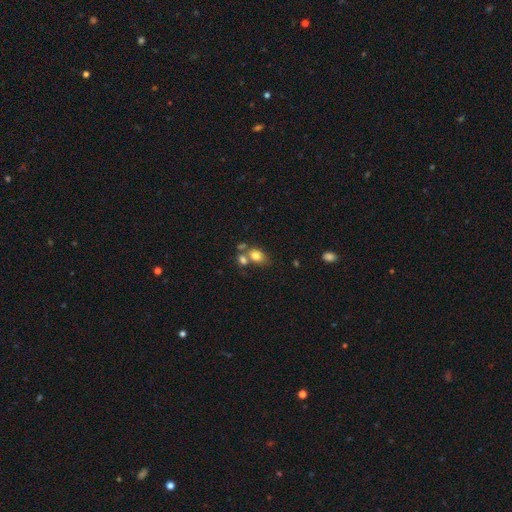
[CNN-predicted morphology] Q: Smooth or featured?
A: smooth (77%); runner-up: featured or disk (12%)
Q: How rounded?
A: in between (67%); runner-up: round (32%)
Q: Merging?
A: none (45%); runner-up: merger (38%)